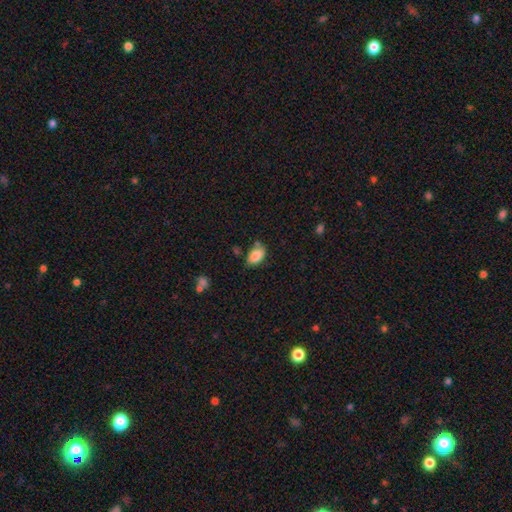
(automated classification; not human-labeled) smooth_or_featured: smooth (p=0.85) [alt: star or artifact p=0.08]
how_rounded: in between (p=0.90) [alt: round p=0.08]
merging: none (p=0.61) [alt: minor disturbance p=0.24]